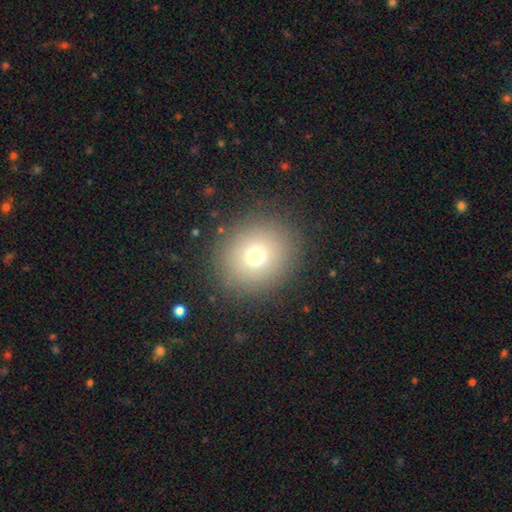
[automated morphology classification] A smooth galaxy with no disk features (71%) that is round (82%).

Vote fractions:
- Smooth or featured? smooth: 71% / star or artifact: 16% / featured or disk: 12%
- How rounded? round: 82% / in between: 17% / cigar-shaped: 1%
- Merging? none: 88% / minor disturbance: 7% / major disturbance: 4% / merger: 1%